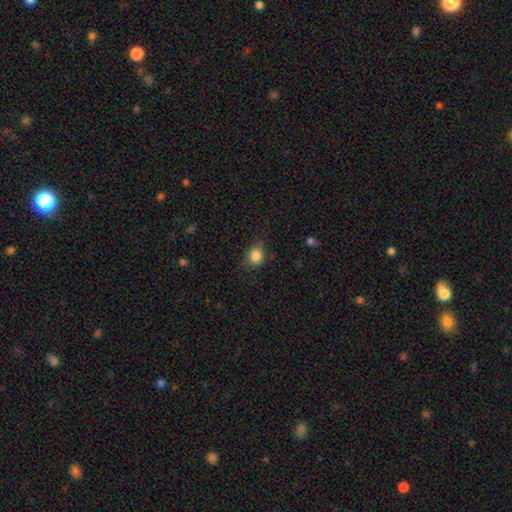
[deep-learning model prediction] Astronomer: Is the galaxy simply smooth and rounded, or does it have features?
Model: smooth — 84%.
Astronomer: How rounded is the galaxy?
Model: round — 64%.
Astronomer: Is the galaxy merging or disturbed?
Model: none — 72%.